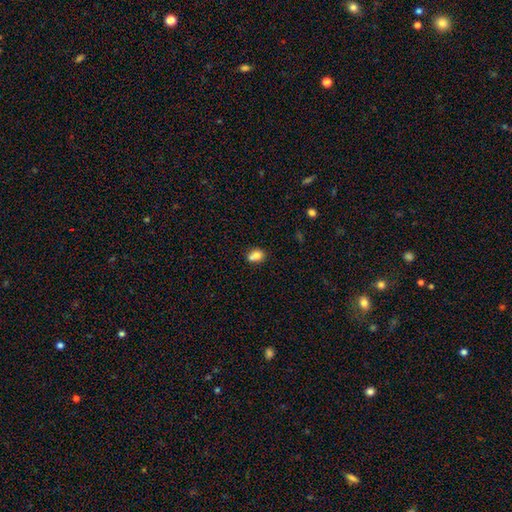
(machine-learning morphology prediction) The model was most divided on "how rounded": in between: 50%, round: 49%, cigar-shaped: 1%. Remaining: smooth or featured — smooth (77%); merging — merger (42%).